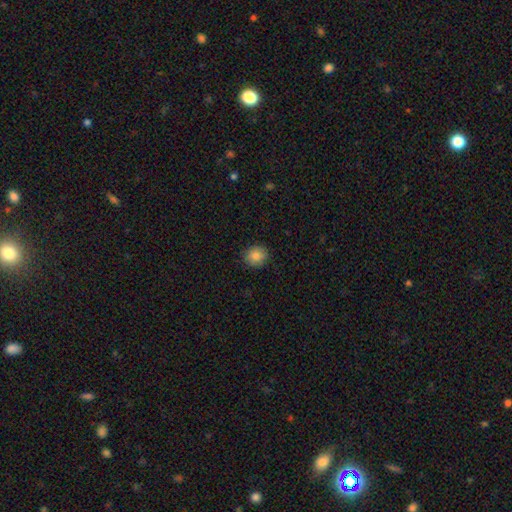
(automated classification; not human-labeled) Smooth or featured: smooth — 85% (star or artifact — 9%)
How rounded: round — 82% (in between — 17%)
Merging: none — 89% (minor disturbance — 8%)